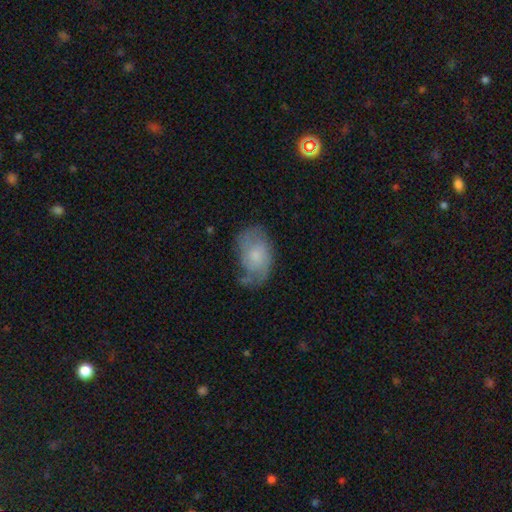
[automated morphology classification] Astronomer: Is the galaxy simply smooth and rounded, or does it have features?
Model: featured or disk — 51% (runner-up: smooth, 42%).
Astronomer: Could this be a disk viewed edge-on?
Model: no — 96%.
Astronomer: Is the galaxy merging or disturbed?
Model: none — 51% (runner-up: minor disturbance, 30%).